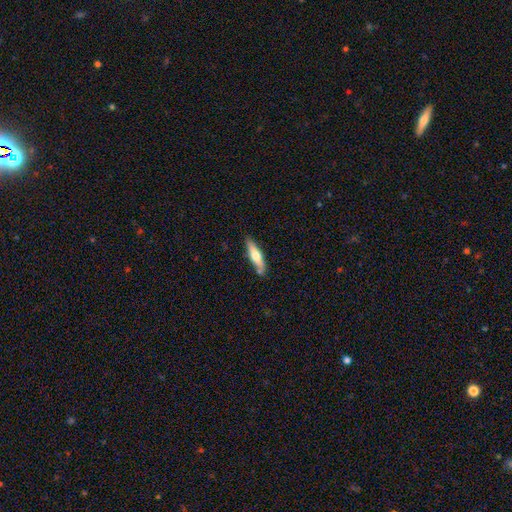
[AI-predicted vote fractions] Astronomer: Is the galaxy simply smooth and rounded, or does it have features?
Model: smooth — 58% (runner-up: featured or disk, 36%).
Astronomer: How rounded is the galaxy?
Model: cigar-shaped — 73%.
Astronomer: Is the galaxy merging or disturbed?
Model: none — 78%.